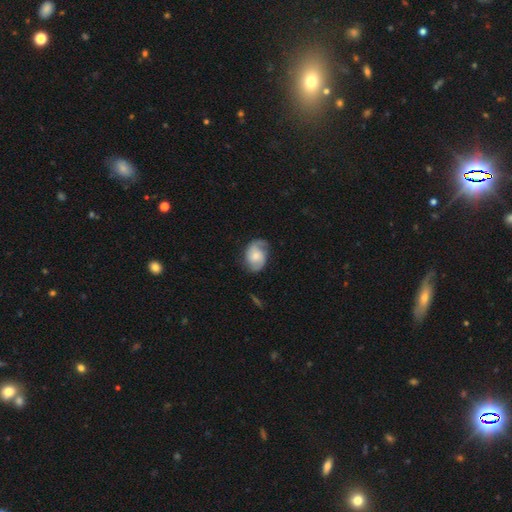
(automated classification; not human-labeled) Q: Smooth or featured?
A: featured or disk (68%); runner-up: smooth (26%)
Q: Edge-on disk?
A: no (97%); runner-up: yes (3%)
Q: Bar?
A: no (66%); runner-up: weak (29%)
Q: Spiral arms?
A: yes (93%); runner-up: no (7%)
Q: Spiral winding?
A: medium (45%); runner-up: tight (28%)
Q: Spiral arm count?
A: 2 (80%); runner-up: 1 (9%)
Q: Bulge size?
A: small (42%); runner-up: moderate (40%)
Q: Merging?
A: none (67%); runner-up: minor disturbance (22%)